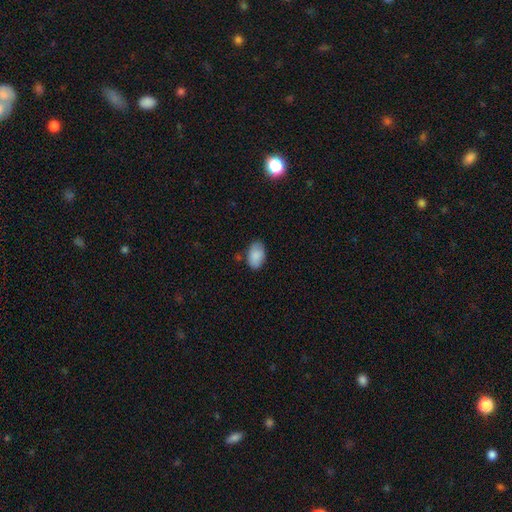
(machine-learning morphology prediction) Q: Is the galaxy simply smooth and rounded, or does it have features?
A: smooth — 88%.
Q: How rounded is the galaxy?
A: in between — 92%.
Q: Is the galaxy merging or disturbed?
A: none — 79%.